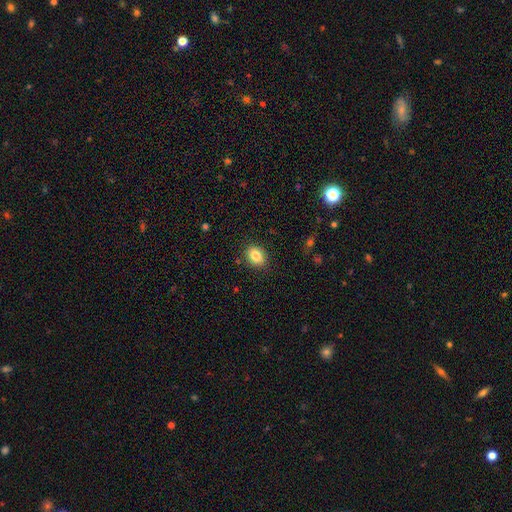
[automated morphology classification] smooth 84%, star or artifact 9%, featured or disk 7%. Down the decision tree: how rounded — in between (64%); merging — none (87%).